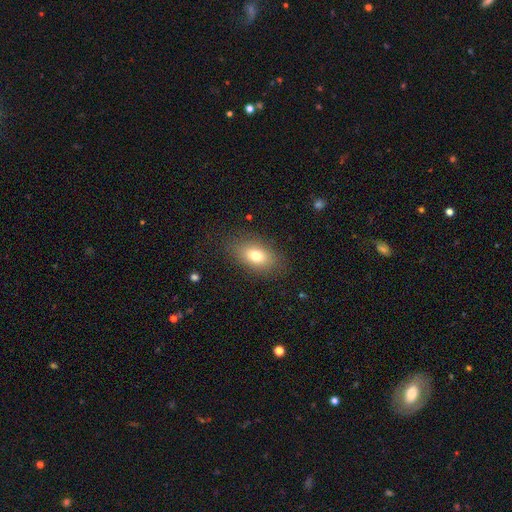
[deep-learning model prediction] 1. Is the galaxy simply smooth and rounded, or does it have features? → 76% smooth, 14% featured or disk, 10% star or artifact.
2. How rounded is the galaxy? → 84% in between, 13% round, 3% cigar-shaped.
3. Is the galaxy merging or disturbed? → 84% none, 11% minor disturbance, 4% major disturbance, 1% merger.